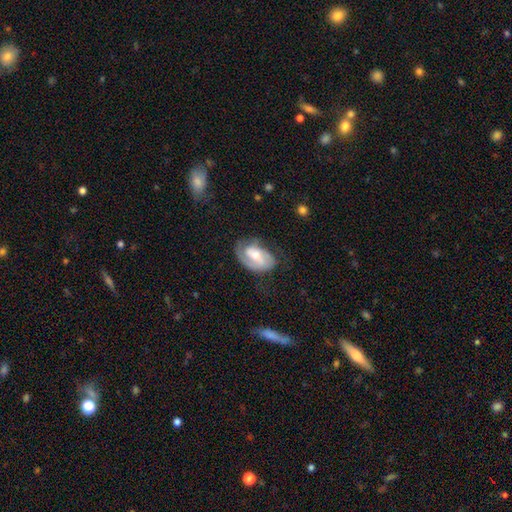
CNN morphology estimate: Overall: featured or disk (66%; smooth 28%). Edge-on disk: no (96%). Bar: weak (42%; no 39%). Spiral arms: yes (86%). Spiral arm count: 2 (46%; 1 34%). Spiral winding: tight (46%; medium 38%). Bulge size: moderate (46%; small 29%). Merging: none (54%; minor disturbance 26%).